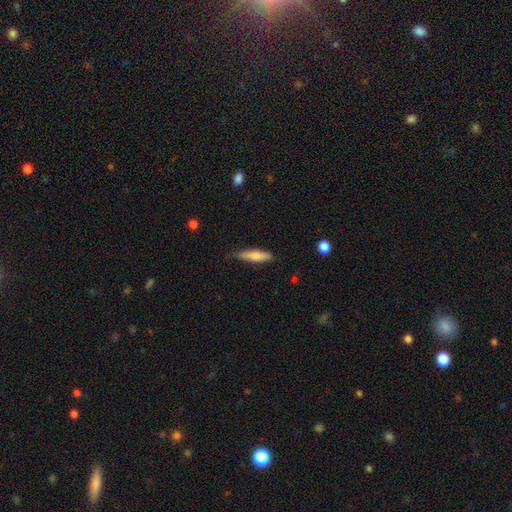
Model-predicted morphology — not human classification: A smooth galaxy with no disk features (76%) that is cigar-shaped (77%).

Vote fractions:
- Smooth or featured? smooth: 76% / featured or disk: 18% / star or artifact: 6%
- How rounded? cigar-shaped: 77% / in between: 21% / round: 2%
- Merging? none: 76% / minor disturbance: 19% / major disturbance: 3% / merger: 1%